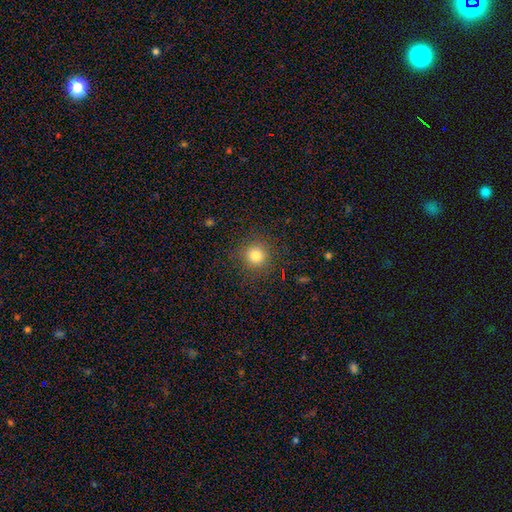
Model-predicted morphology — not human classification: smooth 80%, star or artifact 14%, featured or disk 6%. Down the decision tree: how rounded — round (93%); merging — none (89%).